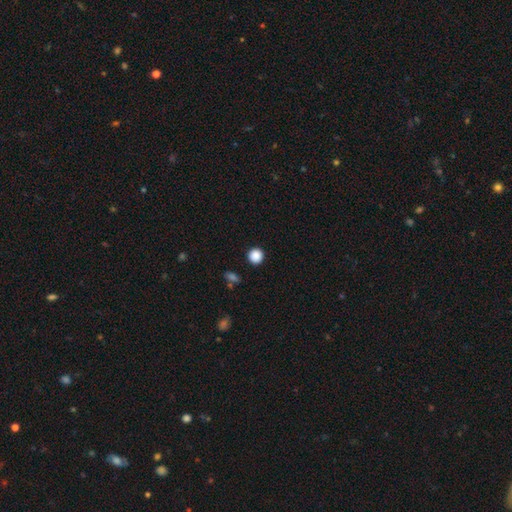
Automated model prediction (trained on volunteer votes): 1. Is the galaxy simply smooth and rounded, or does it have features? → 88% smooth, 10% star or artifact, 2% featured or disk.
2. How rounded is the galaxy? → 94% round, 5% in between, 1% cigar-shaped.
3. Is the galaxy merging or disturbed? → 92% none, 5% minor disturbance, 2% major disturbance, 2% merger.